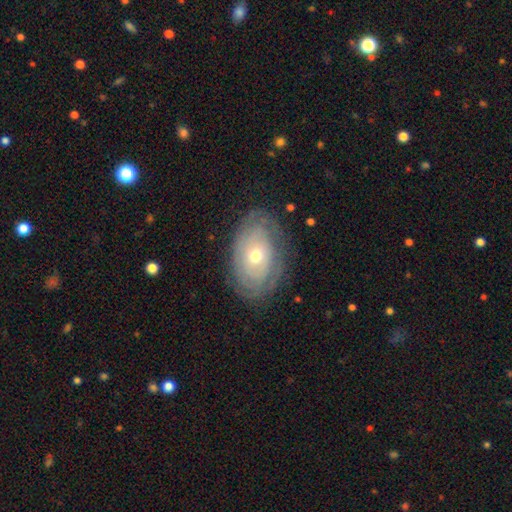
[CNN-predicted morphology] type=featured or disk (62%); edge-on=no (93%); bar=no (85%); spiral arms=yes (63%); bulge=moderate (56%); merging=none (77%).